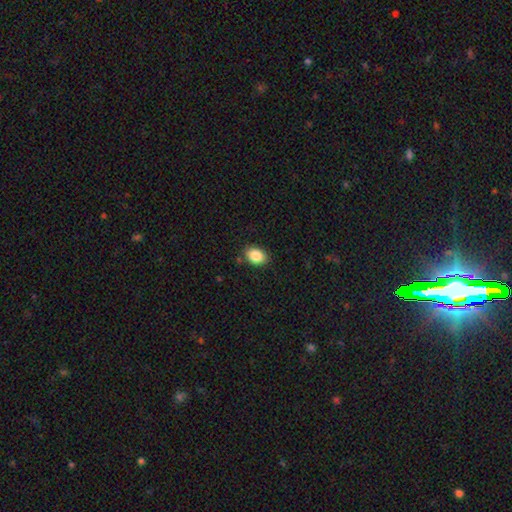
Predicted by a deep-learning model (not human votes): Q: Smooth or featured?
A: smooth (87%); runner-up: star or artifact (8%)
Q: How rounded?
A: in between (76%); runner-up: round (23%)
Q: Merging?
A: none (85%); runner-up: minor disturbance (11%)